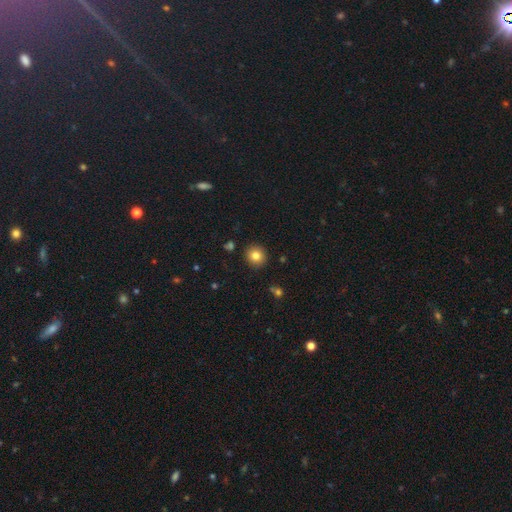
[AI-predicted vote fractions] This is clearly a smooth galaxy (81%). How rounded: clearly round (88%). Merging: clearly none (91%).